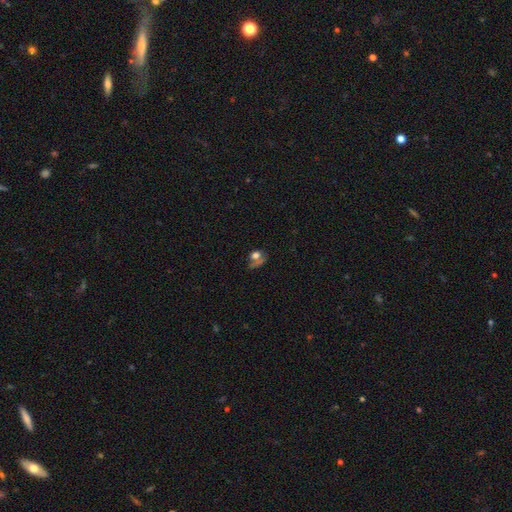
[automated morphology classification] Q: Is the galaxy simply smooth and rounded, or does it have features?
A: smooth — 59%.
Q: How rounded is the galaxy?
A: in between — 49%.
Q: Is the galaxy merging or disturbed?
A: none — 35%.